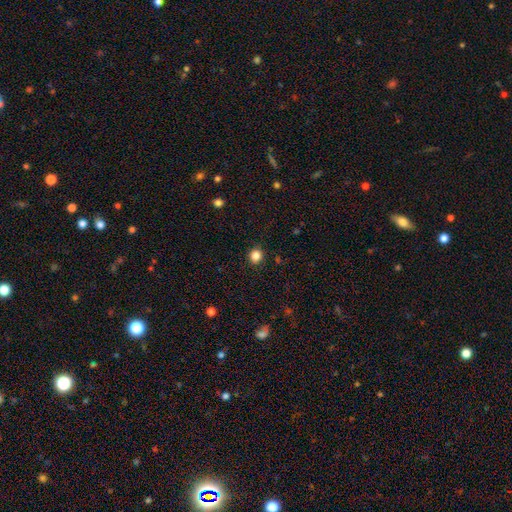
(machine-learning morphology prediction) Smooth or featured?
  - smooth: 85% *
  - star or artifact: 11%
  - featured or disk: 3%
How rounded?
  - round: 85% *
  - in between: 14%
  - cigar-shaped: 1%
Merging?
  - none: 91% *
  - minor disturbance: 6%
  - major disturbance: 2%
  - merger: 1%